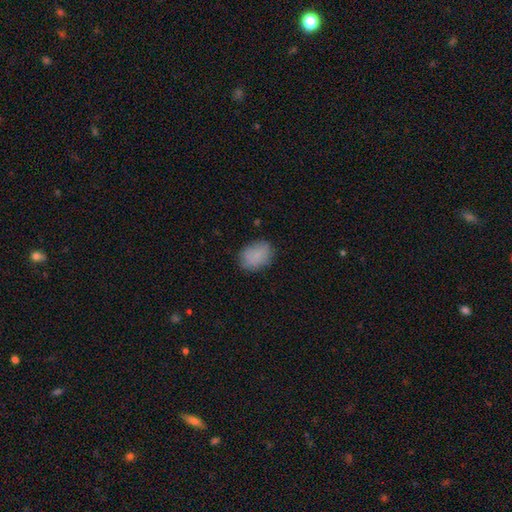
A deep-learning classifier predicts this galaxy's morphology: This is clearly a smooth galaxy (83%). How rounded: likely in between (68%). Merging: likely none (78%).